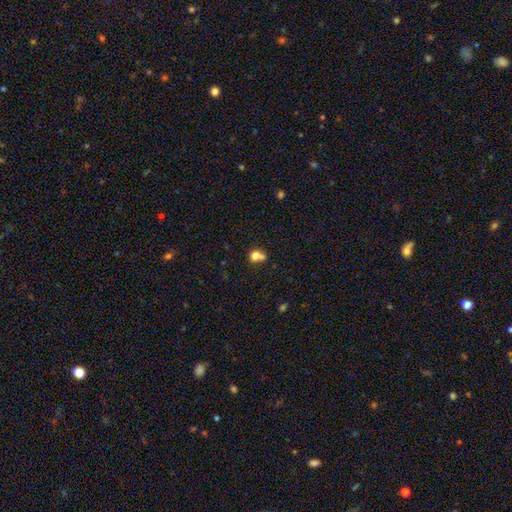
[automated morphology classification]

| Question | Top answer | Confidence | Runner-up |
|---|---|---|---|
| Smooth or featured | smooth | 74% | featured or disk (14%) |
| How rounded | round | 72% | in between (27%) |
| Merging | merger | 49% | none (35%) |